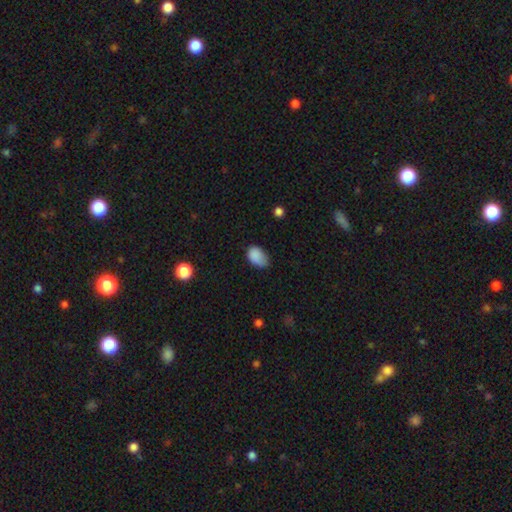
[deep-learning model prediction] A smooth galaxy with no disk features (87%) that is in between round and cigar-shaped (87%).

Vote fractions:
- Smooth or featured? smooth: 87% / star or artifact: 9% / featured or disk: 5%
- How rounded? in between: 87% / round: 12% / cigar-shaped: 1%
- Merging? none: 52% / minor disturbance: 39% / major disturbance: 8% / merger: 2%